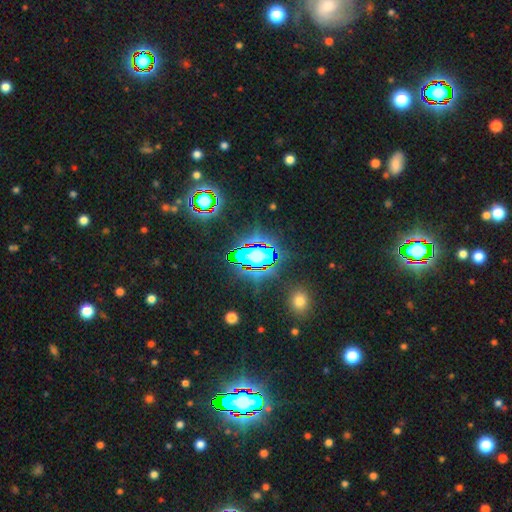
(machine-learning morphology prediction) smooth_or_featured: star or artifact (p=0.67) [alt: smooth p=0.19]